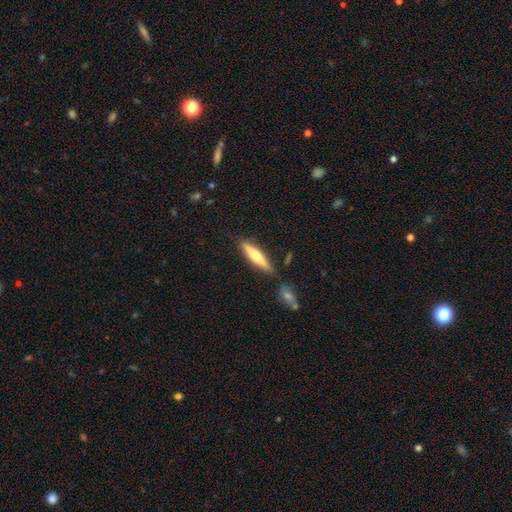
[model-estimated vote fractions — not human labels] This is possibly a smooth galaxy (47%, tied with featured or disk). Merging: clearly none (81%).